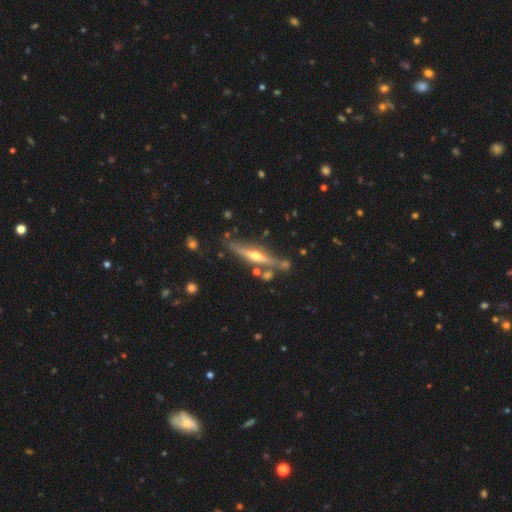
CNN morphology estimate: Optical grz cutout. It shows a featured or disk galaxy (78%) viewed edge-on (96%) with a rounded central bulge (92%). Merging: none (78%).